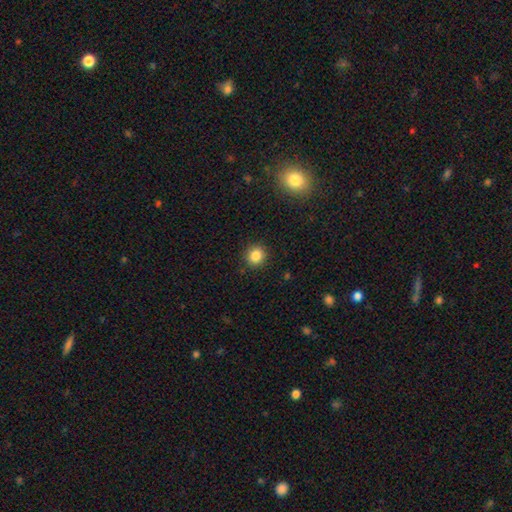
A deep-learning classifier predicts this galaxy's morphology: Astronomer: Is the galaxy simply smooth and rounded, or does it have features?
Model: smooth — 85%.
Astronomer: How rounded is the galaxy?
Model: round — 89%.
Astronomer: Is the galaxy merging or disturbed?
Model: none — 90%.